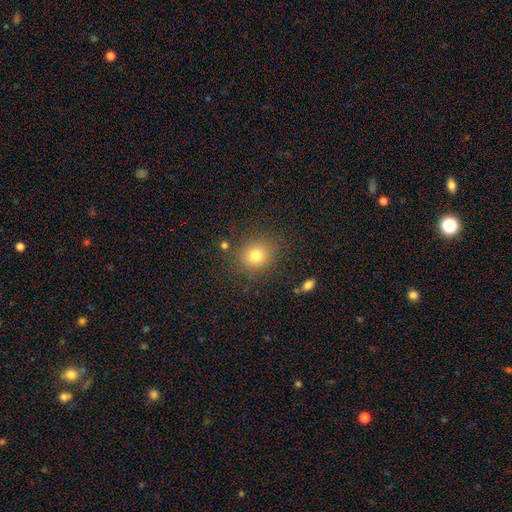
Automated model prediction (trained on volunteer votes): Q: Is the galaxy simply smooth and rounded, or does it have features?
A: smooth — 78%.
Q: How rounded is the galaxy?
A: round — 79%.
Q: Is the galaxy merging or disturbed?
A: none — 84%.